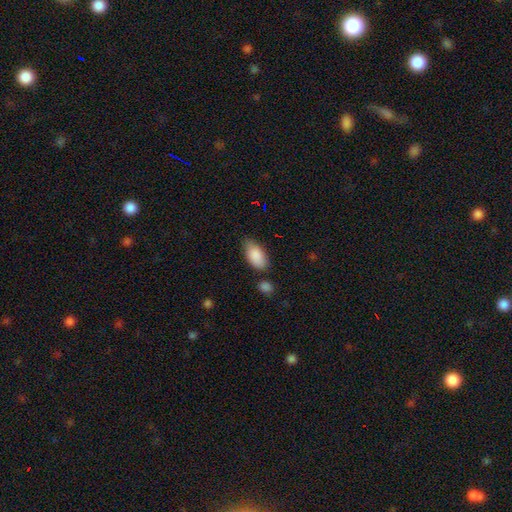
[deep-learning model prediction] The model was most divided on "merging": none: 69%, minor disturbance: 20%, merger: 6%, major disturbance: 4%. More confident: how rounded — in between (93%); smooth or featured — smooth (88%).